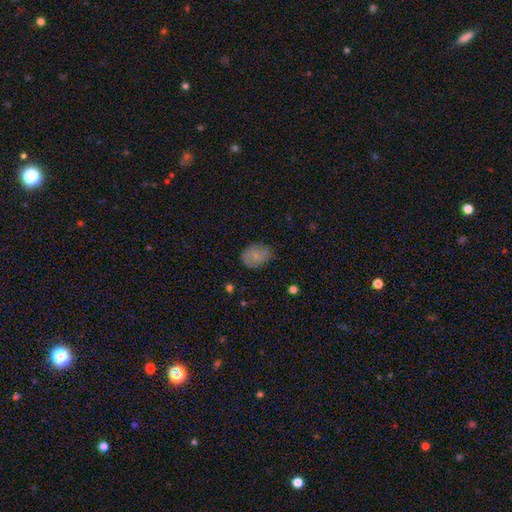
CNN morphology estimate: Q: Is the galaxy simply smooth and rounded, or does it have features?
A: smooth — 67%.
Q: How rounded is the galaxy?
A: in between — 65%.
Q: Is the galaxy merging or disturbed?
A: none — 72%.